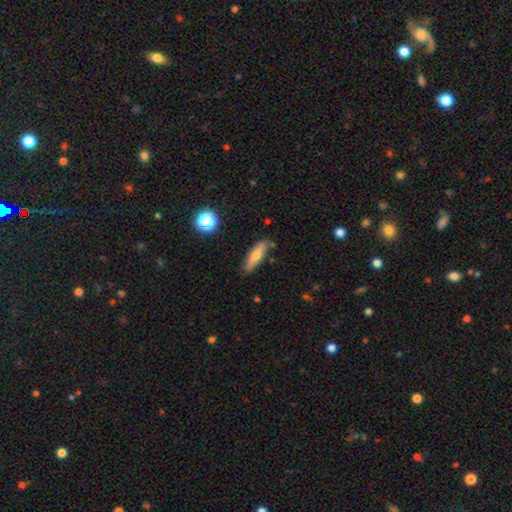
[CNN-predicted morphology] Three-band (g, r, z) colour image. It shows a smooth galaxy with no disk features (62%) that is cigar-shaped (70%). Merging: none (81%).